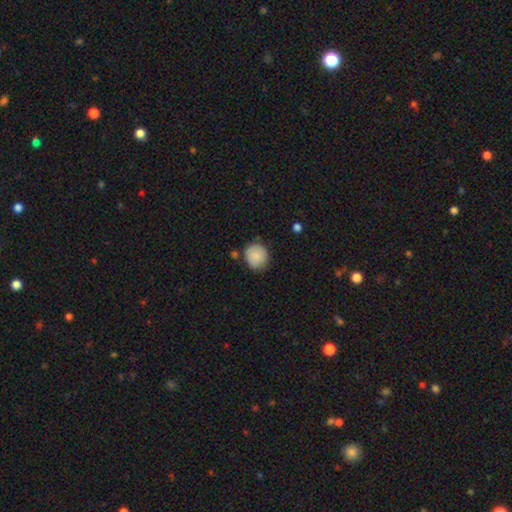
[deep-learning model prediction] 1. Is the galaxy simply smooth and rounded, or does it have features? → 84% smooth, 9% featured or disk, 7% star or artifact.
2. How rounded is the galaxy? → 84% round, 15% in between, 1% cigar-shaped.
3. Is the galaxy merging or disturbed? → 73% none, 18% minor disturbance, 4% merger, 4% major disturbance.